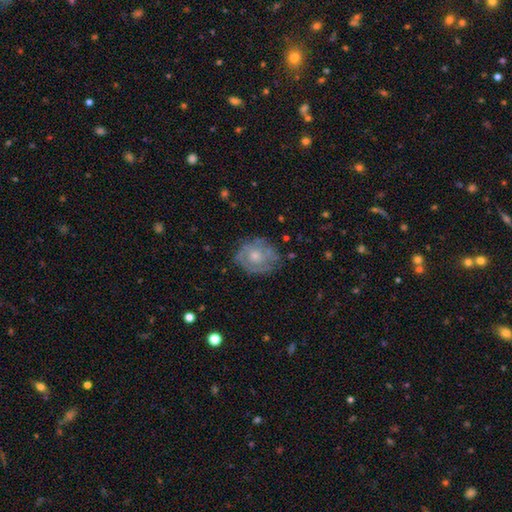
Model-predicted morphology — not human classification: smooth_or_featured: featured or disk (p=0.61) [alt: smooth p=0.31]
disk_edge_on: no (p=0.97) [alt: yes p=0.03]
bar: no (p=0.83) [alt: weak p=0.14]
has_spiral_arms: yes (p=0.65) [alt: no p=0.35]
bulge_size: moderate (p=0.46) [alt: small p=0.45]
merging: none (p=0.67) [alt: minor disturbance p=0.22]